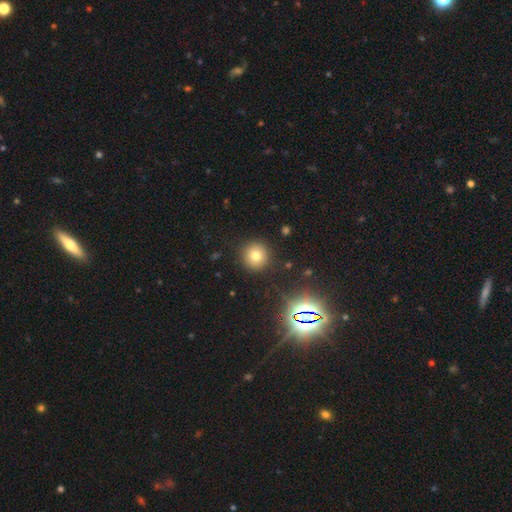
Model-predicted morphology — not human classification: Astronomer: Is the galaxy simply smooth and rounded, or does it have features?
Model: smooth — 73%.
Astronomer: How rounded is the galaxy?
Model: round — 95%.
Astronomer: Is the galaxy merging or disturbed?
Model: none — 90%.